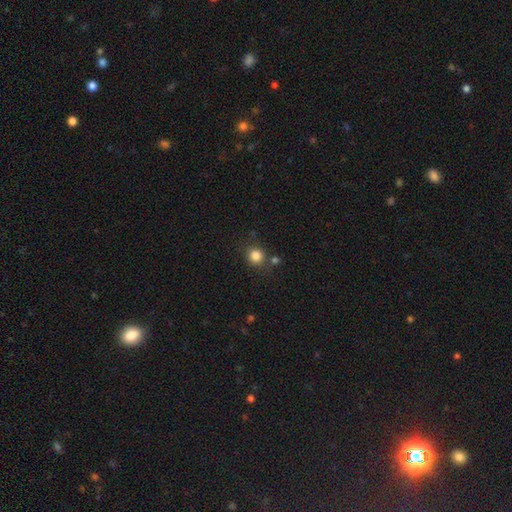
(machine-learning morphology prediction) This is clearly a smooth galaxy (83%). How rounded: clearly round (89%). Merging: likely none (77%).